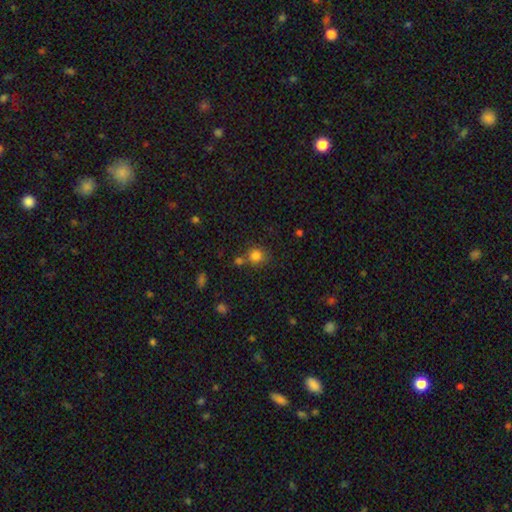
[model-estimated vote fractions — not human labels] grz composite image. It shows a smooth galaxy with no disk features (82%) that is round (86%). Merging: none (66%).